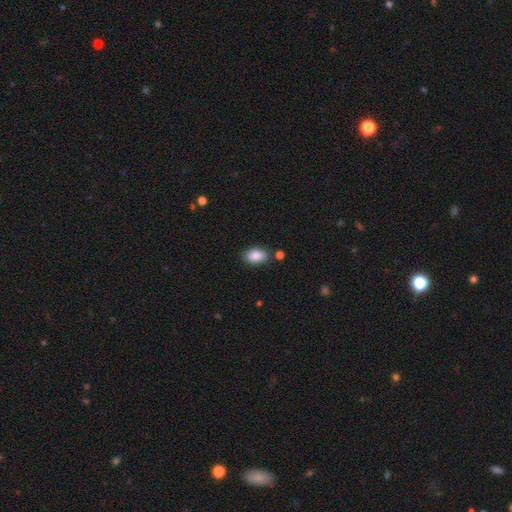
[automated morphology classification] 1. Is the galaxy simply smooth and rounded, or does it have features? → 87% smooth, 7% star or artifact, 6% featured or disk.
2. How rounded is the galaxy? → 91% in between, 8% round, 2% cigar-shaped.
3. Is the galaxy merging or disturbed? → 81% none, 11% minor disturbance, 5% merger, 3% major disturbance.